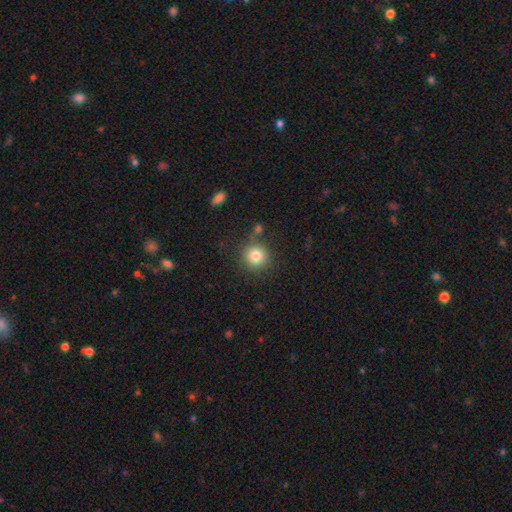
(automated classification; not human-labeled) This is clearly a smooth galaxy (82%). How rounded: clearly round (92%). Merging: clearly none (80%).